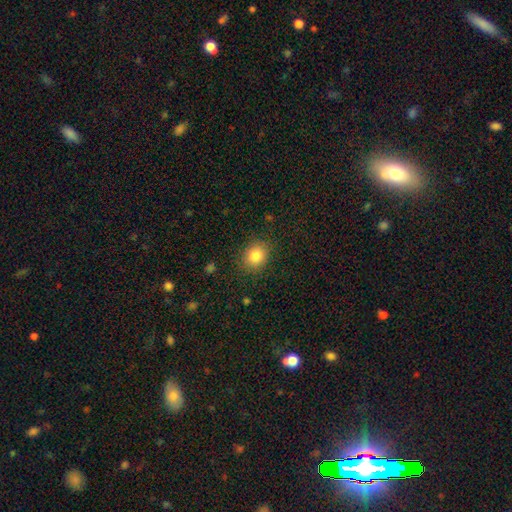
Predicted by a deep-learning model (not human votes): Smooth or featured? smooth (84%)
How rounded? round (65%)
Merging? none (86%)